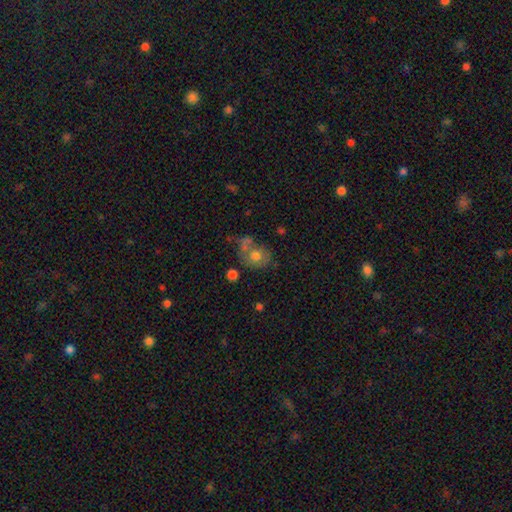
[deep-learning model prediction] smooth_or_featured: smooth (p=0.59) [alt: featured or disk p=0.30]
how_rounded: round (p=0.61) [alt: in between p=0.37]
merging: none (p=0.42) [alt: merger p=0.26]